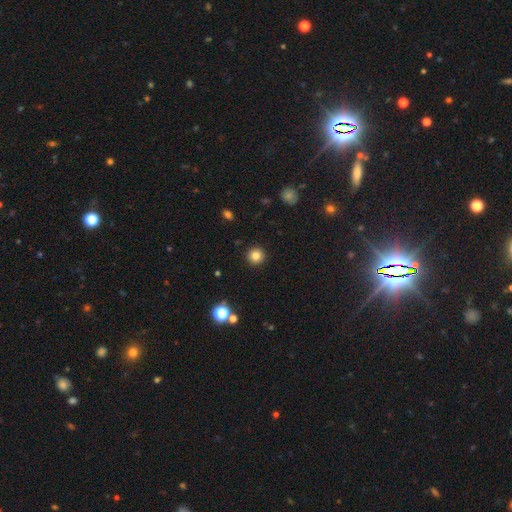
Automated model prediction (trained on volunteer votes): This is clearly a smooth galaxy (82%). How rounded: clearly round (95%). Merging: clearly none (92%).